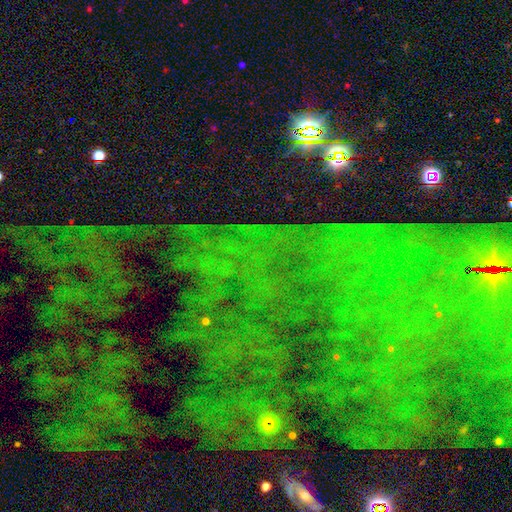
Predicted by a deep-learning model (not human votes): Smooth or featured? star or artifact (79%)